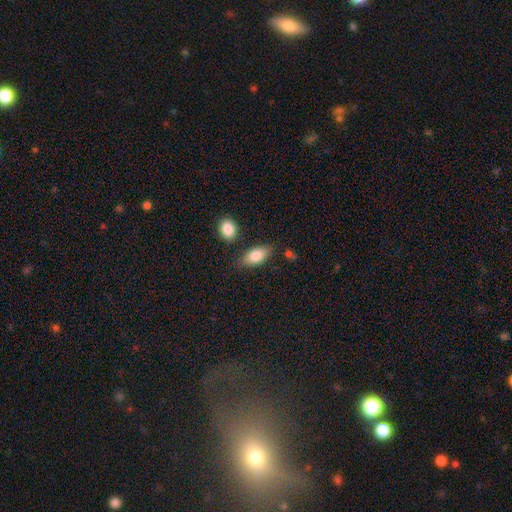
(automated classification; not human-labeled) This is clearly a smooth galaxy (82%). How rounded: clearly in between (88%). Merging: likely none (75%).